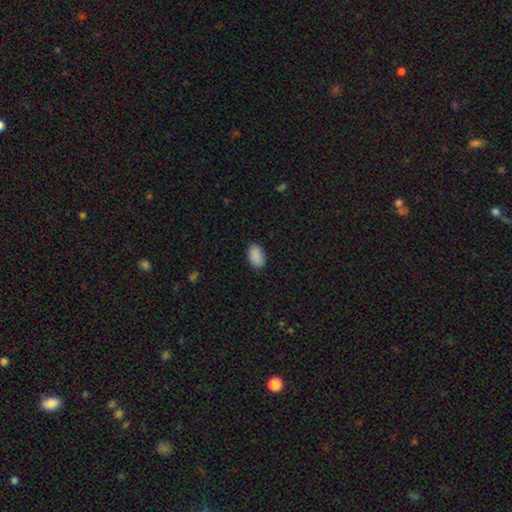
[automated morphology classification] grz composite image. It shows a smooth galaxy with no disk features (90%) that is in between round and cigar-shaped (92%). Merging: none (86%).